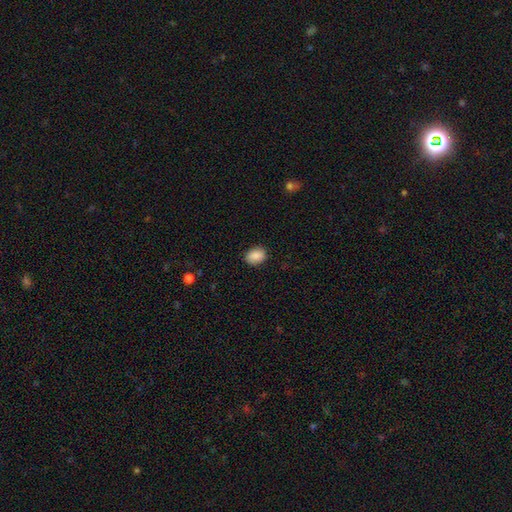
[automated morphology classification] Smooth or featured? smooth (88%)
How rounded? in between (65%)
Merging? none (87%)